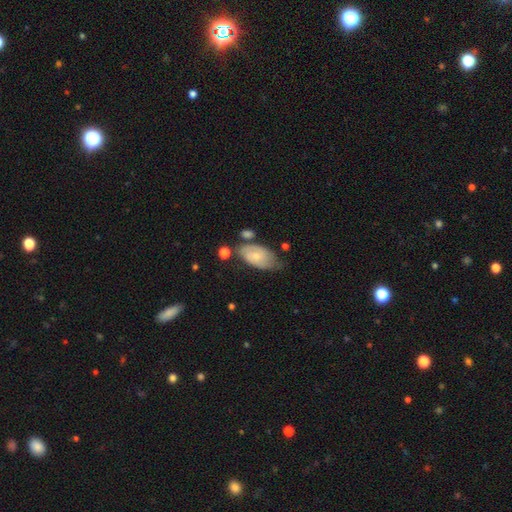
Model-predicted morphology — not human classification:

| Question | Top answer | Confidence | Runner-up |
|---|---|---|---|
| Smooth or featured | smooth | 47% | featured or disk (46%) |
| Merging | none | 46% | minor disturbance (32%) |